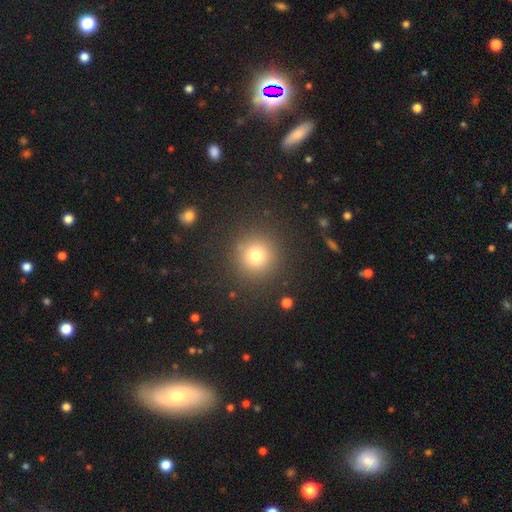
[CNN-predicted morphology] A smooth galaxy with no disk features (75%) that is round (94%). Merging: none (89%).